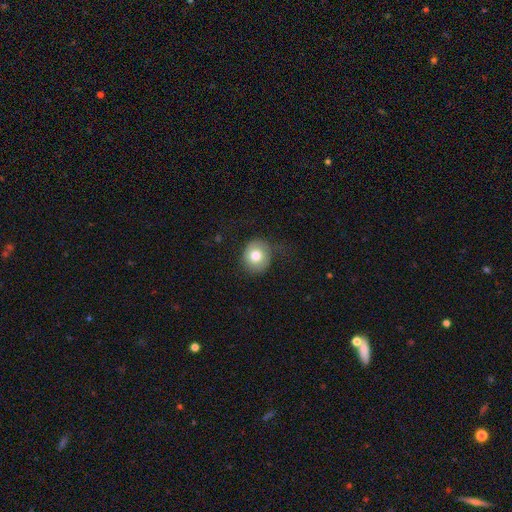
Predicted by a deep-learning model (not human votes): A smooth galaxy with no disk features (76%) that is round (82%). Merging: none (66%).